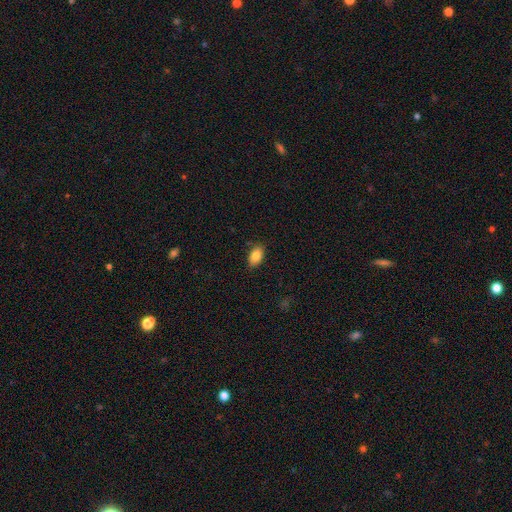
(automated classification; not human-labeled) A smooth galaxy with no disk features (84%) that is in between round and cigar-shaped (92%). Merging: none (84%).